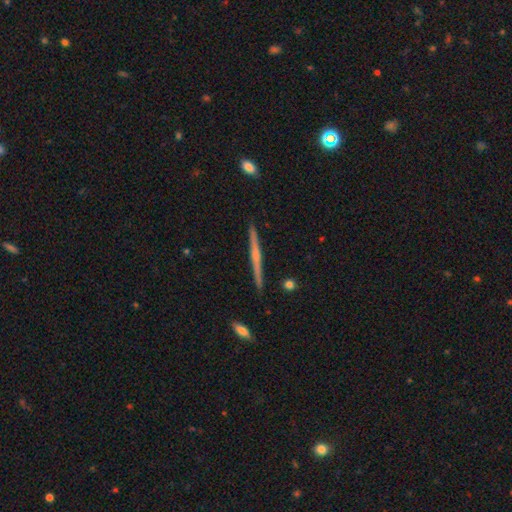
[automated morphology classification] This appears to be a featured or disk galaxy (71%) viewed edge-on (98%) with a rounded central bulge (59%). Merging: none (91%).